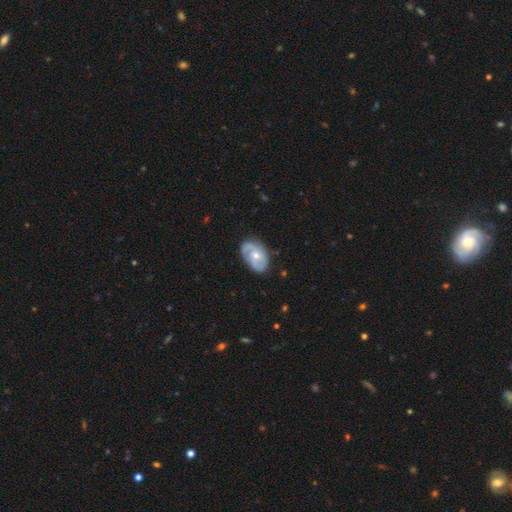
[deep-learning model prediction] Morphology: type=featured or disk (71%); edge-on=no (96%); bar=no (67%); spiral arms=yes (85%); winding=medium (43%); arm count=2 (63%); bulge=moderate (57%); merging=none (69%).